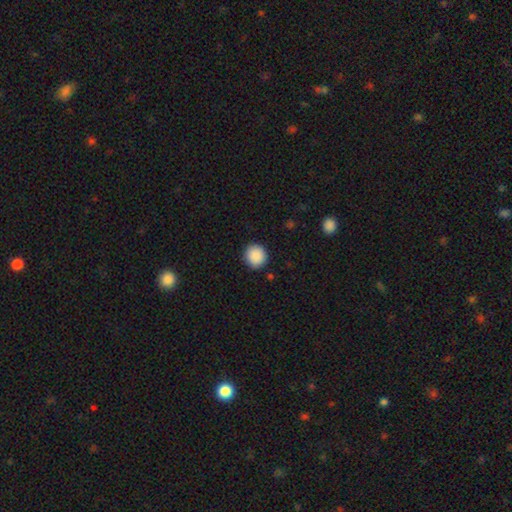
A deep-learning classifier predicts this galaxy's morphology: This appears to be a smooth galaxy with no disk features (89%) that is round (90%). Merging: none (89%).